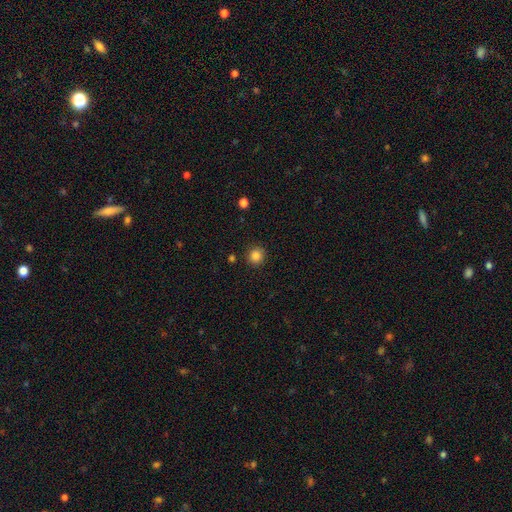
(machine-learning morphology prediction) Smooth or featured?
  - smooth: 85% *
  - star or artifact: 11%
  - featured or disk: 4%
How rounded?
  - round: 92% *
  - in between: 7%
  - cigar-shaped: 1%
Merging?
  - none: 90% *
  - minor disturbance: 7%
  - major disturbance: 2%
  - merger: 2%